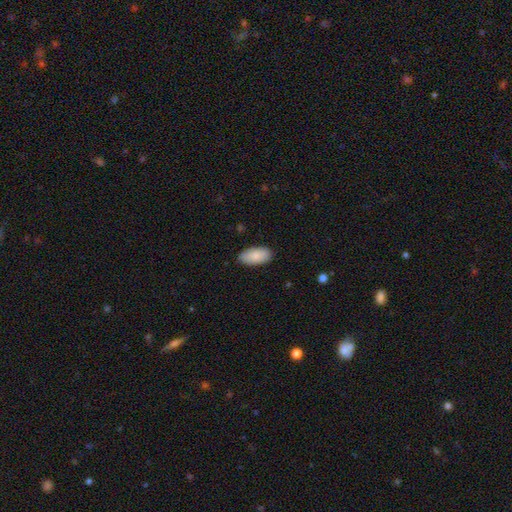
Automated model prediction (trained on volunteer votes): smooth-or-featured: smooth: 85% | featured or disk: 8% | star or artifact: 6%
  how-rounded: in between: 94% | cigar-shaped: 4% | round: 2%
  merging: none: 86% | minor disturbance: 11% | major disturbance: 2% | merger: 1%